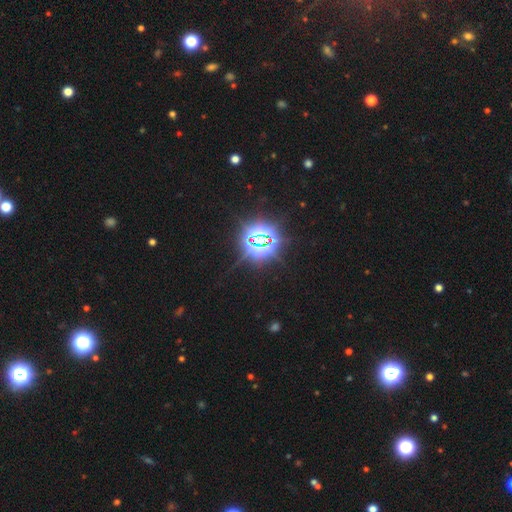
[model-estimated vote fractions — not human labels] A star or artifact, not a galaxy (84%).

Vote fractions:
- Smooth or featured? star or artifact: 84% / smooth: 10% / featured or disk: 7%